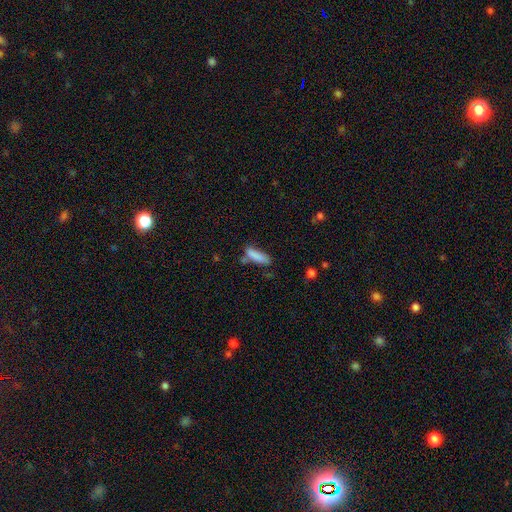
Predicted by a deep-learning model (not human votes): Q: Smooth or featured?
A: smooth (83%); runner-up: featured or disk (9%)
Q: How rounded?
A: cigar-shaped (55%); runner-up: in between (43%)
Q: Merging?
A: none (55%); runner-up: minor disturbance (24%)